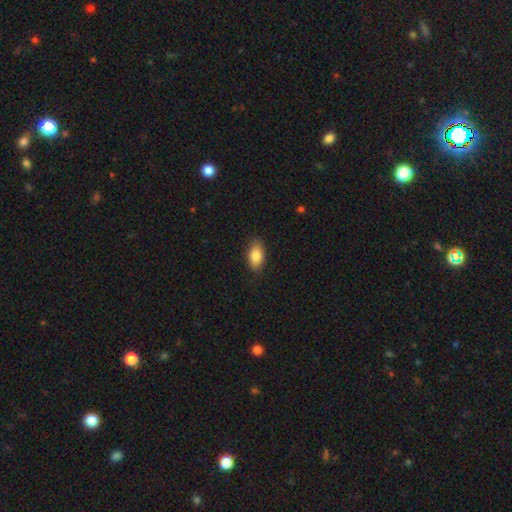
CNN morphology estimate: type=smooth (85%); roundness=in between (91%); merging=none (85%).